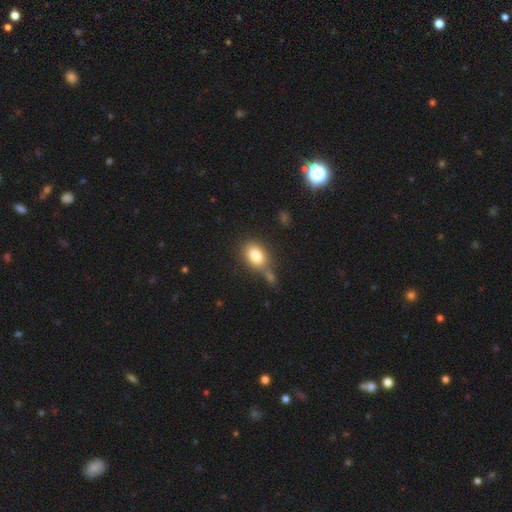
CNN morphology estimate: Overall: smooth (81%). How rounded: in between (75%). Merging: none (53%; merger 21%).